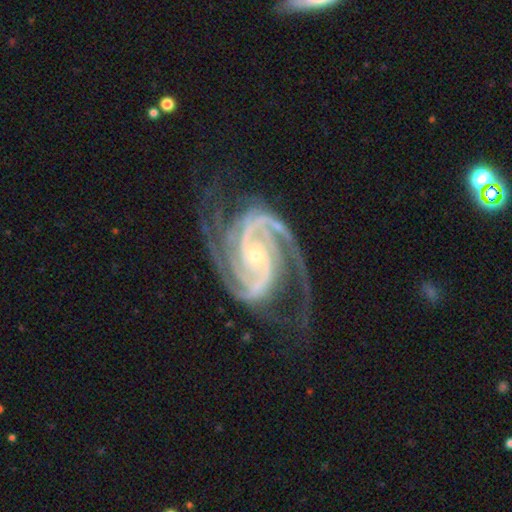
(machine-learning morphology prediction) Smooth or featured: featured or disk — 94% (star or artifact — 4%)
Edge-on disk: no — 98% (yes — 2%)
Bar: no — 60% (weak — 25%)
Spiral arms: yes — 99% (no — 1%)
Spiral winding: tight — 54% (medium — 41%)
Spiral arm count: 2 — 45% (3 — 27%)
Bulge size: small — 76% (moderate — 21%)
Merging: none — 70% (minor disturbance — 17%)